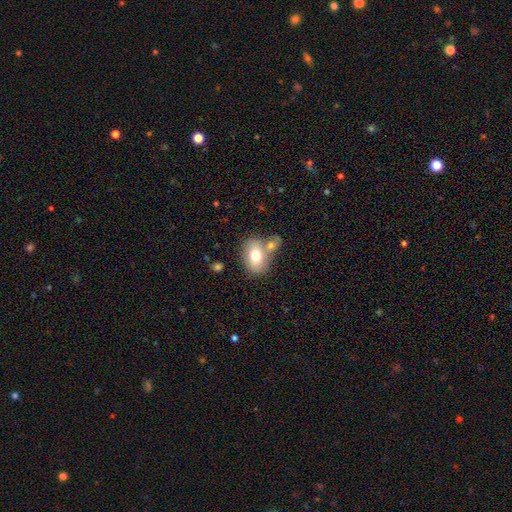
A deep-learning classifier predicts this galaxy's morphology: smooth-or-featured: smooth: 72% | featured or disk: 20% | star or artifact: 8%
  how-rounded: in between: 78% | round: 21% | cigar-shaped: 1%
  merging: none: 50% | merger: 32% | minor disturbance: 14% | major disturbance: 5%